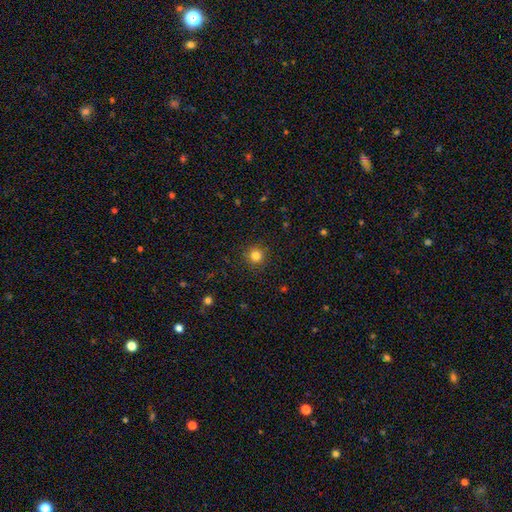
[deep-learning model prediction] smooth_or_featured: smooth (p=0.82) [alt: star or artifact p=0.13]
how_rounded: round (p=0.94) [alt: in between p=0.05]
merging: none (p=0.91) [alt: minor disturbance p=0.06]